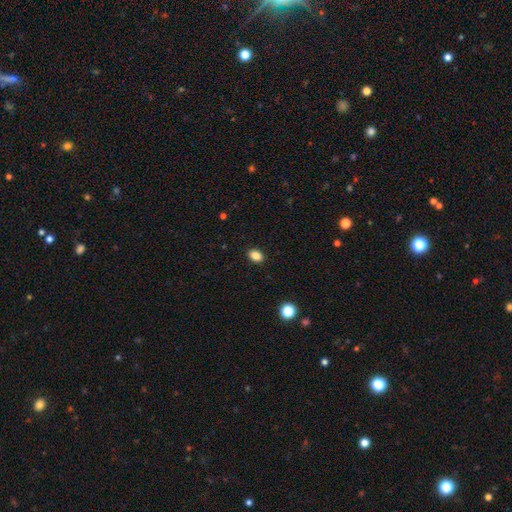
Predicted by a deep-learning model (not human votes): smooth-or-featured: smooth: 85% | star or artifact: 11% | featured or disk: 4%
  how-rounded: in between: 74% | round: 25% | cigar-shaped: 1%
  merging: none: 90% | minor disturbance: 7% | major disturbance: 2% | merger: 1%